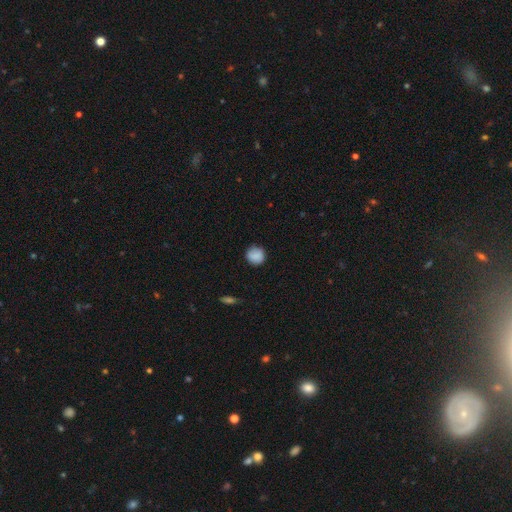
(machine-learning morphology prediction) smooth 86%, star or artifact 8%, featured or disk 6%. Down the decision tree: how rounded — round (91%); merging — none (83%).